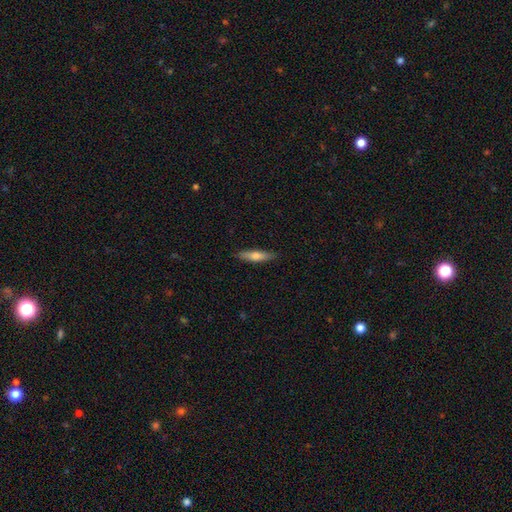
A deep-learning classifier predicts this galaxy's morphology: Smooth or featured?
  - smooth: 61% *
  - featured or disk: 33%
  - star or artifact: 6%
How rounded?
  - cigar-shaped: 81% *
  - in between: 18%
  - round: 2%
Merging?
  - none: 89% *
  - minor disturbance: 9%
  - major disturbance: 2%
  - merger: 1%